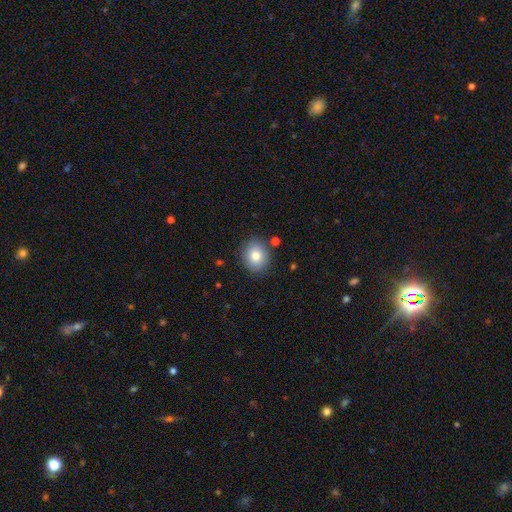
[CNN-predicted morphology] Smooth or featured? Predicted: smooth (p=0.80). How rounded? Predicted: round (p=0.71). Merging? Predicted: none (p=0.85).